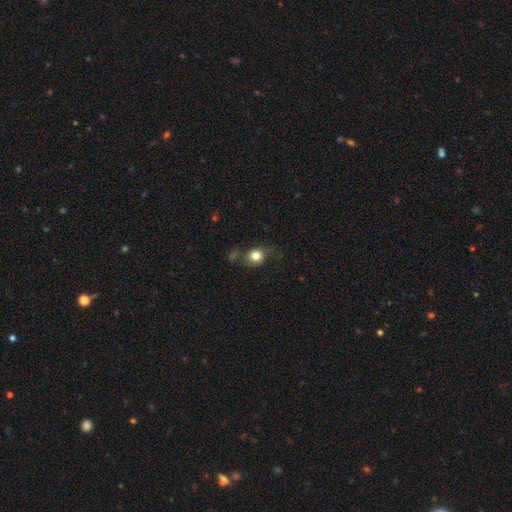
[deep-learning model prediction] smooth 76%, featured or disk 13%, star or artifact 10%. Down the decision tree: how rounded — round (76%); merging — none (58%).